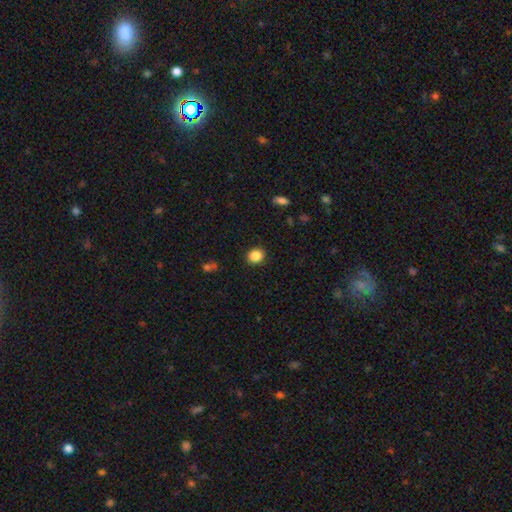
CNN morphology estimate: A smooth galaxy with no disk features (86%) that is round (77%).

Vote fractions:
- Smooth or featured? smooth: 86% / star or artifact: 10% / featured or disk: 4%
- How rounded? round: 77% / in between: 22% / cigar-shaped: 1%
- Merging? none: 89% / minor disturbance: 7% / major disturbance: 2% / merger: 1%